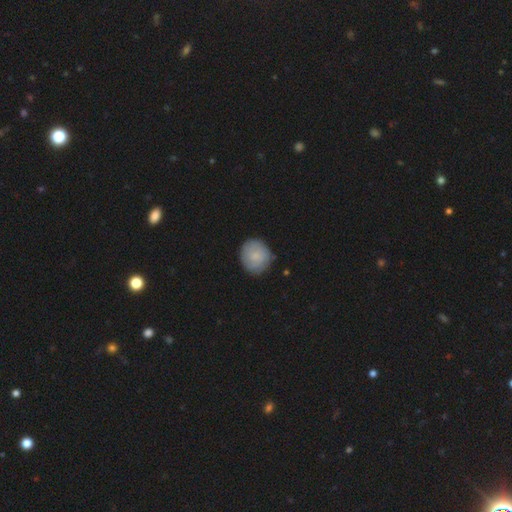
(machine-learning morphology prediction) Overall: smooth (70%). How rounded: round (85%). Merging: none (77%).